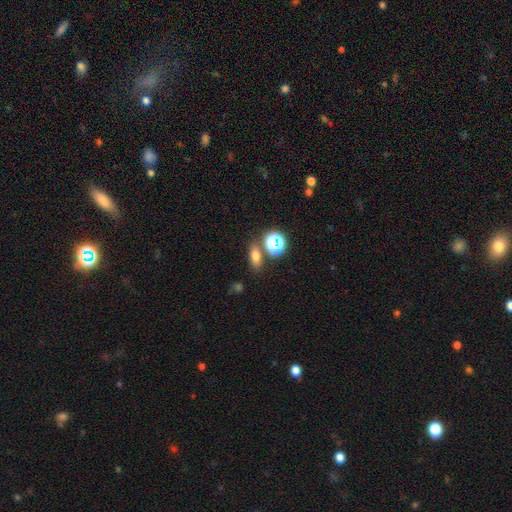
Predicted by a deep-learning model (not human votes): The model was most divided on "how rounded": in between: 66%, round: 21%, cigar-shaped: 12%. More confident: merging — none (73%); smooth or featured — smooth (68%).